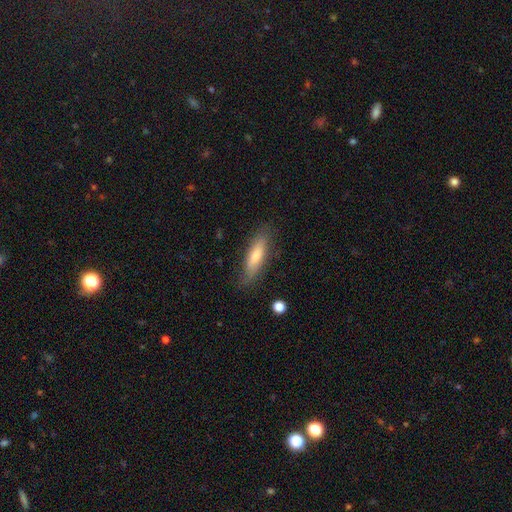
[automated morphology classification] A smooth galaxy with no disk features (67%) that is cigar-shaped (68%).

Vote fractions:
- Smooth or featured? smooth: 67% / featured or disk: 27% / star or artifact: 7%
- How rounded? cigar-shaped: 68% / in between: 31% / round: 2%
- Merging? none: 80% / minor disturbance: 15% / major disturbance: 4% / merger: 1%